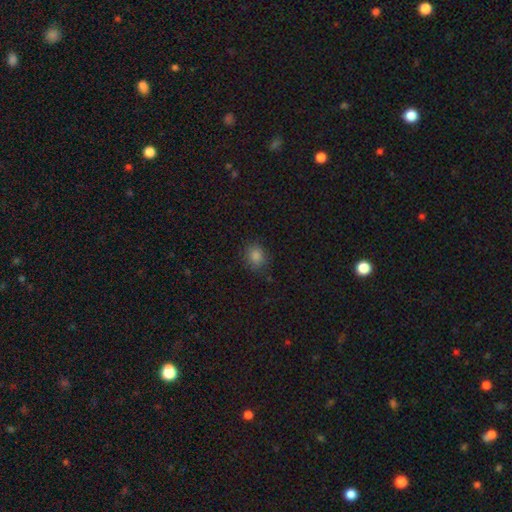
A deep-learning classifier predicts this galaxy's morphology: Q: Smooth or featured?
A: smooth (80%); runner-up: star or artifact (15%)
Q: How rounded?
A: round (68%); runner-up: in between (31%)
Q: Merging?
A: none (86%); runner-up: minor disturbance (11%)